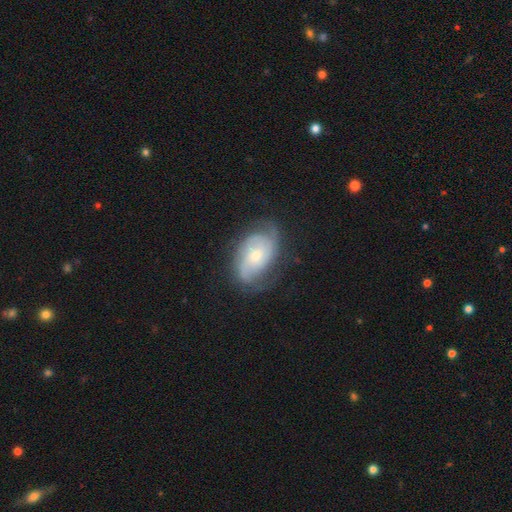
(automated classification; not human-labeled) Morphology: type=featured or disk (78%); edge-on=no (96%); bar=no (68%); spiral arms=yes (93%); winding=tight (46%); arm count=2 (45%); bulge=small (49%); merging=none (68%).